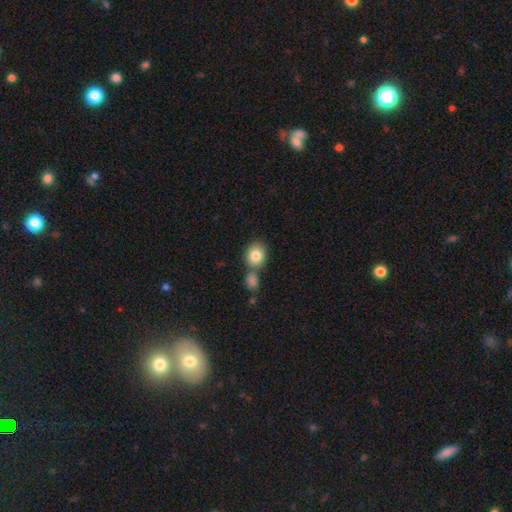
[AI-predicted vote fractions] A smooth galaxy with no disk features (83%) that is round (58%).

Vote fractions:
- Smooth or featured? smooth: 83% / featured or disk: 9% / star or artifact: 8%
- How rounded? round: 58% / in between: 41% / cigar-shaped: 1%
- Merging? none: 54% / merger: 32% / minor disturbance: 11% / major disturbance: 3%